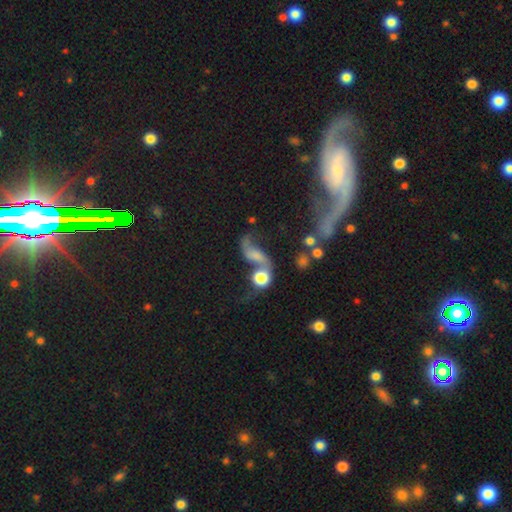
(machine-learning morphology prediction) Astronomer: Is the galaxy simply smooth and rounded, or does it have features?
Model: featured or disk — 65%.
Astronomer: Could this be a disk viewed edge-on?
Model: no — 94%.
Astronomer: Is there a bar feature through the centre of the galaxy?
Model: no — 55% (runner-up: weak, 33%).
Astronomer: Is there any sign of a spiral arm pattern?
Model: yes — 88%.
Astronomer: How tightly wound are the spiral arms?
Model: loose — 88%.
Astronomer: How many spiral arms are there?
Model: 2 — 88%.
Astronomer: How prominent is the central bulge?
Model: none — 30% (runner-up: moderate, 27%).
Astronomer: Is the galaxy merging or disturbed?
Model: none — 35% (runner-up: merger, 34%).